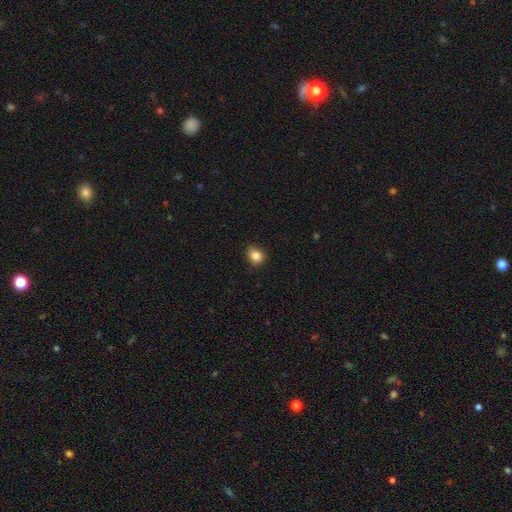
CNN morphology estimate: Q: Smooth or featured?
A: smooth (85%); runner-up: star or artifact (10%)
Q: How rounded?
A: round (56%); runner-up: in between (43%)
Q: Merging?
A: none (74%); runner-up: minor disturbance (21%)